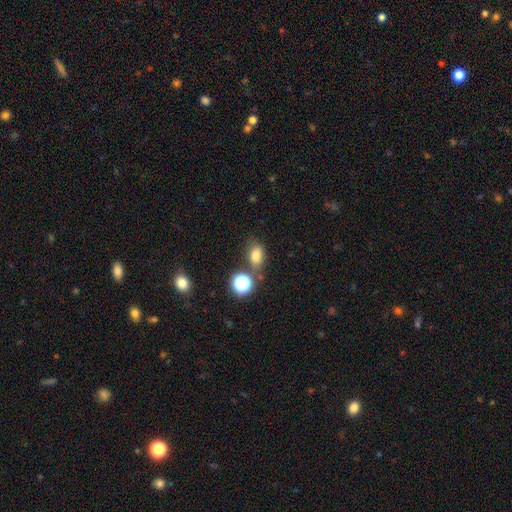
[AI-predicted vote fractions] Smooth or featured? smooth (75%)
How rounded? in between (71%)
Merging? none (67%)